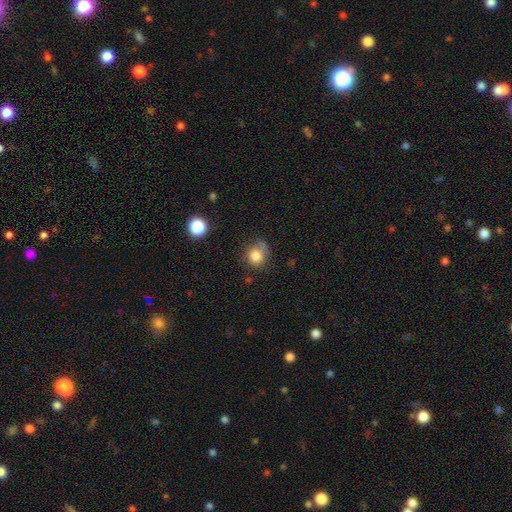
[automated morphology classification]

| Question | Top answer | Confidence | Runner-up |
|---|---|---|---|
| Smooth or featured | smooth | 81% | star or artifact (11%) |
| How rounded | round | 77% | in between (22%) |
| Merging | none | 55% | minor disturbance (27%) |